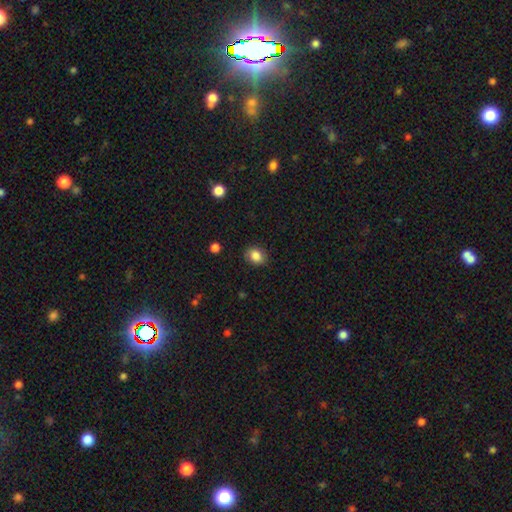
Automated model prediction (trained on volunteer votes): The model was most divided on "how rounded": in between: 50%, round: 49%, cigar-shaped: 1%. More confident: smooth or featured — smooth (85%); merging — none (84%).